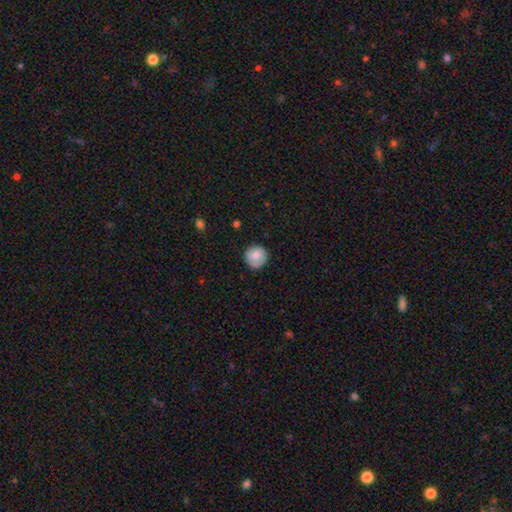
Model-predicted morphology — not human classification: Smooth or featured? Predicted: smooth (p=0.82). How rounded? Predicted: round (p=0.89). Merging? Predicted: none (p=0.77).